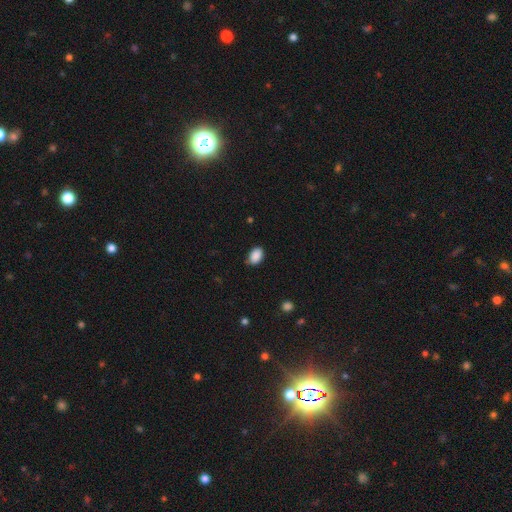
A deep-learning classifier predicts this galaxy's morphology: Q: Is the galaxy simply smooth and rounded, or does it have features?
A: smooth — 89%.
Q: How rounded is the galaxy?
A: in between — 84%.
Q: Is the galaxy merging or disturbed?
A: none — 74%.